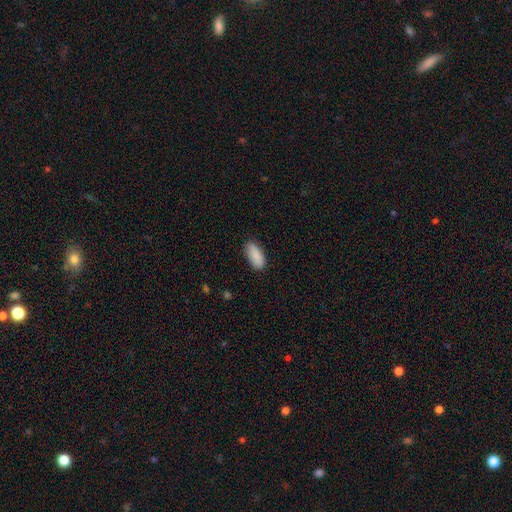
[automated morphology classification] type=smooth (89%); roundness=in between (89%); merging=none (82%).